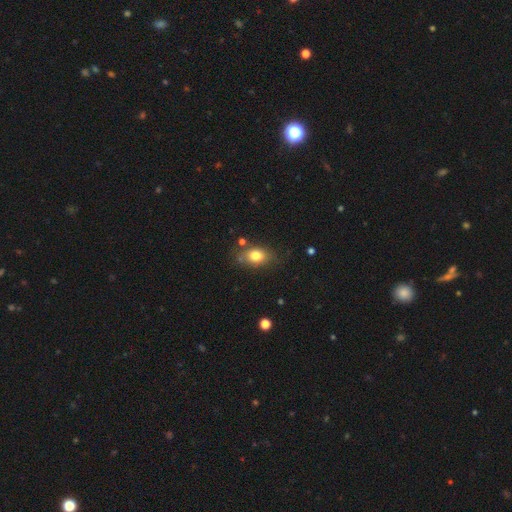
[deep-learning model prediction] Smooth or featured? smooth (79%)
How rounded? in between (73%)
Merging? none (74%)